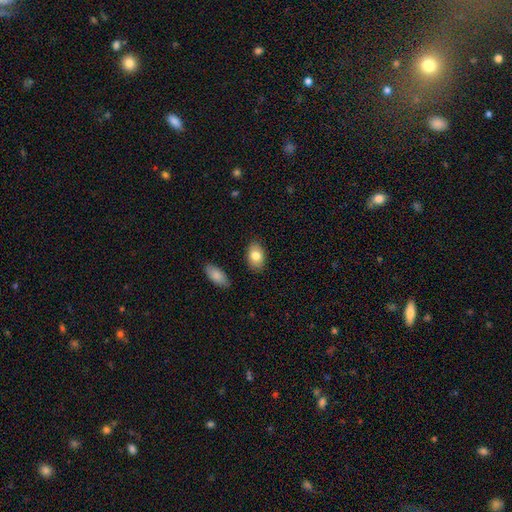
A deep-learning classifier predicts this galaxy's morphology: smooth 79%, featured or disk 14%, star or artifact 7%. Down the decision tree: how rounded — in between (88%); merging — none (85%).